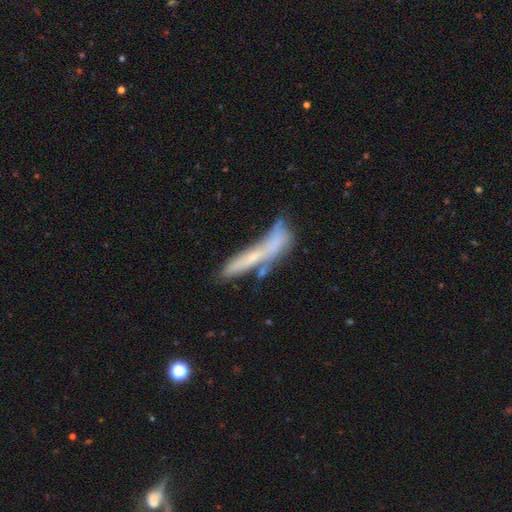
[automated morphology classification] A smooth galaxy with no disk features (48%).

Vote fractions:
- Smooth or featured? smooth: 48% / featured or disk: 42% / star or artifact: 11%
- Merging? none: 35% / merger: 33% / minor disturbance: 17% / major disturbance: 15%